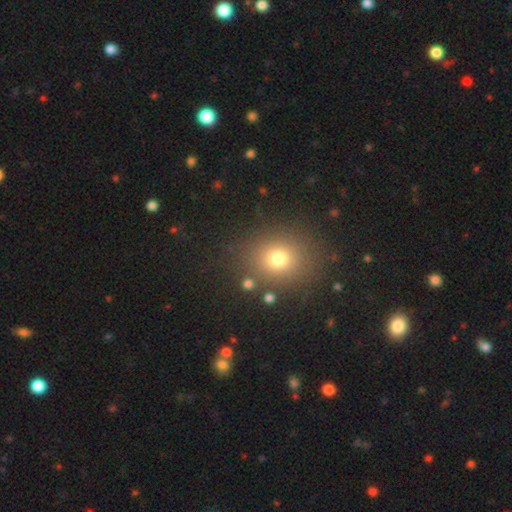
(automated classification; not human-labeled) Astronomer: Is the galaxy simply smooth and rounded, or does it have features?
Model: smooth — 66%.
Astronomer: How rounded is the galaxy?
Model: round — 67%.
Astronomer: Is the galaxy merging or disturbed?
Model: none — 88%.